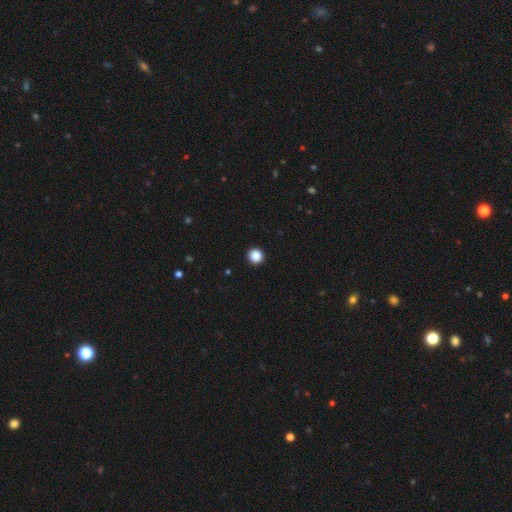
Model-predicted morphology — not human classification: This appears to be a smooth galaxy with no disk features (87%) that is round (94%). Merging: none (94%).